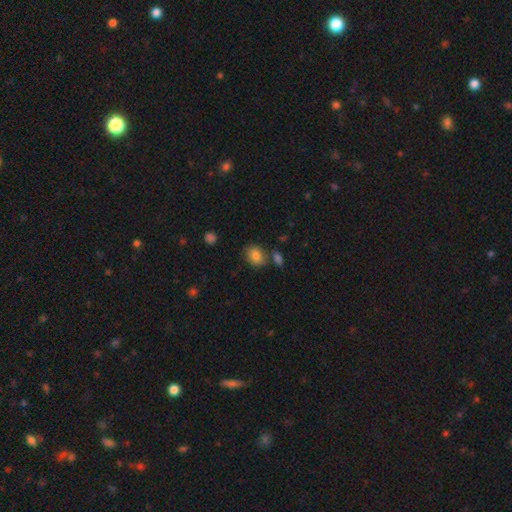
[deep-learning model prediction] Smooth or featured?
  - smooth: 83% *
  - star or artifact: 9%
  - featured or disk: 8%
How rounded?
  - in between: 59% *
  - round: 40%
  - cigar-shaped: 1%
Merging?
  - none: 68% *
  - minor disturbance: 15%
  - merger: 12%
  - major disturbance: 4%